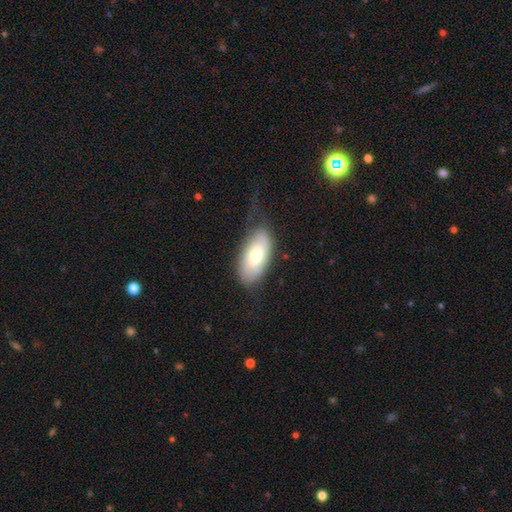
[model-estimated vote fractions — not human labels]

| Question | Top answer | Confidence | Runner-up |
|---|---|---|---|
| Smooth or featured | smooth | 66% | featured or disk (28%) |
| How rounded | in between | 92% | cigar-shaped (5%) |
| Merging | none | 55% | minor disturbance (27%) |